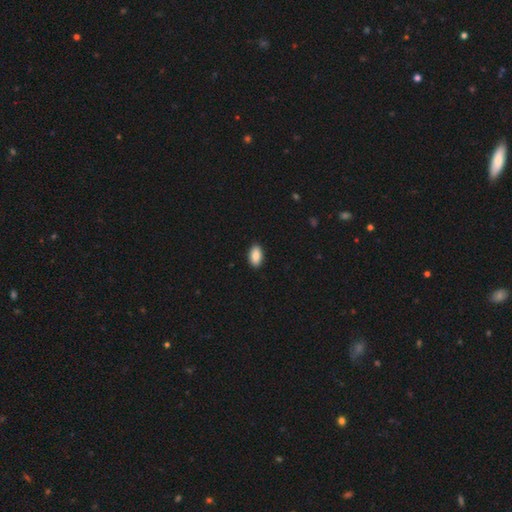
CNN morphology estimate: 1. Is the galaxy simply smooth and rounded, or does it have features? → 86% smooth, 7% featured or disk, 7% star or artifact.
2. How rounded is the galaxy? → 93% in between, 4% round, 3% cigar-shaped.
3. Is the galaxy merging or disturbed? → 90% none, 7% minor disturbance, 2% major disturbance, 1% merger.